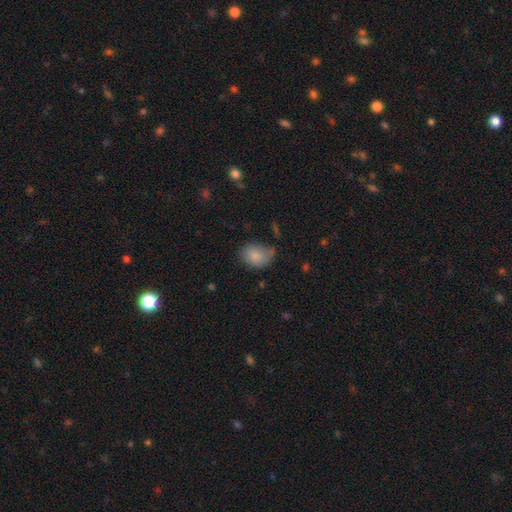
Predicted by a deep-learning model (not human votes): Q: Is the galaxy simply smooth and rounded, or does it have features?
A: smooth — 84%.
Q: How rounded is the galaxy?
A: in between — 62%.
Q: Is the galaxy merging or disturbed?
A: none — 57%.